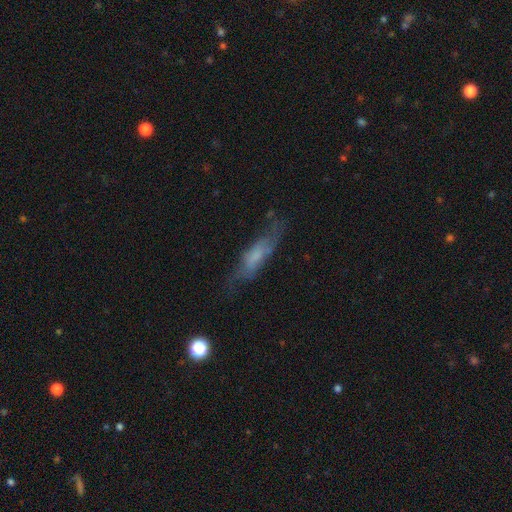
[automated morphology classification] smooth_or_featured: smooth (p=0.49) [alt: featured or disk p=0.42]
merging: none (p=0.57) [alt: minor disturbance p=0.25]